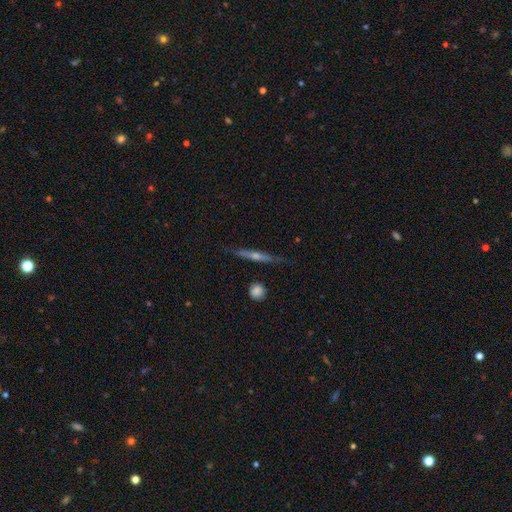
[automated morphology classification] featured or disk 67%, smooth 26%, star or artifact 7%. Down the decision tree: edge-on disk — yes (95%); edge-on bulge — rounded (77%); merging — none (83%).